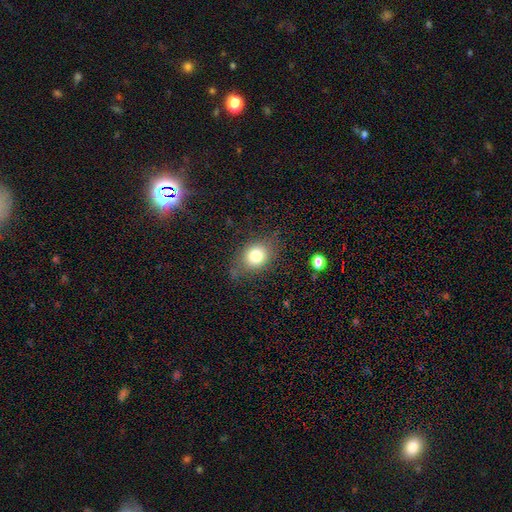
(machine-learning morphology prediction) A smooth galaxy with no disk features (77%) that is round (54%). Merging: none (70%).